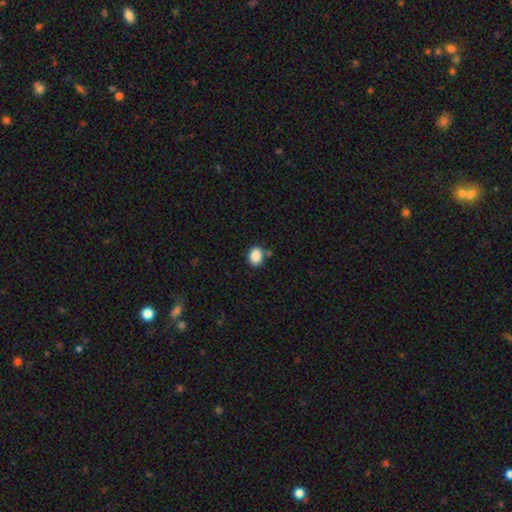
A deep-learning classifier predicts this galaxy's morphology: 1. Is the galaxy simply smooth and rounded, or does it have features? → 88% smooth, 8% star or artifact, 4% featured or disk.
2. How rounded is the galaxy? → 60% in between, 39% round, 1% cigar-shaped.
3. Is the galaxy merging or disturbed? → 78% none, 12% minor disturbance, 7% merger, 3% major disturbance.